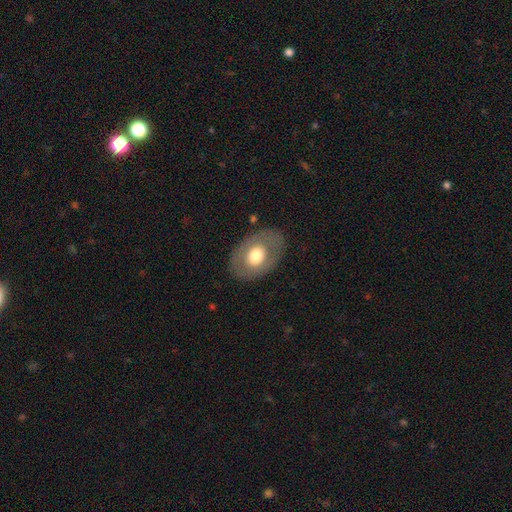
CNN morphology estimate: smooth 58%, featured or disk 36%, star or artifact 6%. Down the decision tree: how rounded — in between (78%); merging — none (80%).